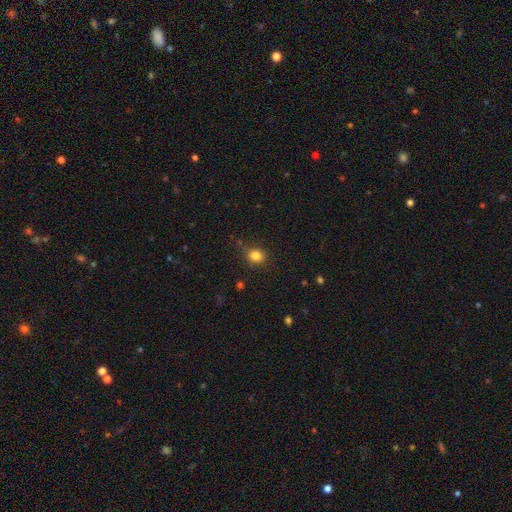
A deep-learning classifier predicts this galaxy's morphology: The model was most divided on "how rounded": round: 68%, in between: 31%, cigar-shaped: 1%. More confident: smooth or featured — smooth (83%); merging — none (81%).